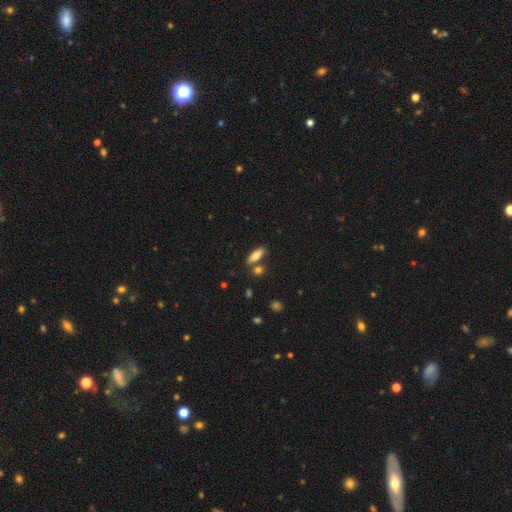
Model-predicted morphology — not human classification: Smooth or featured: smooth — 77% (featured or disk — 16%)
How rounded: in between — 56% (cigar-shaped — 42%)
Merging: none — 75% (minor disturbance — 11%)